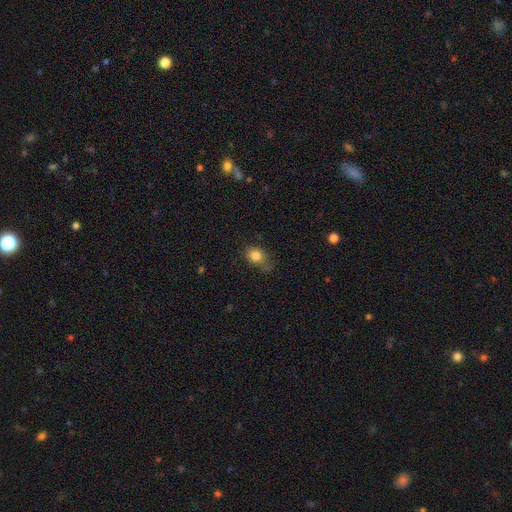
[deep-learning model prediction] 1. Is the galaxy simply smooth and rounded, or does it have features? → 82% smooth, 11% star or artifact, 7% featured or disk.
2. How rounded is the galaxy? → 52% round, 47% in between, 1% cigar-shaped.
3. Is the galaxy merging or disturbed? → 59% none, 28% minor disturbance, 9% major disturbance, 4% merger.